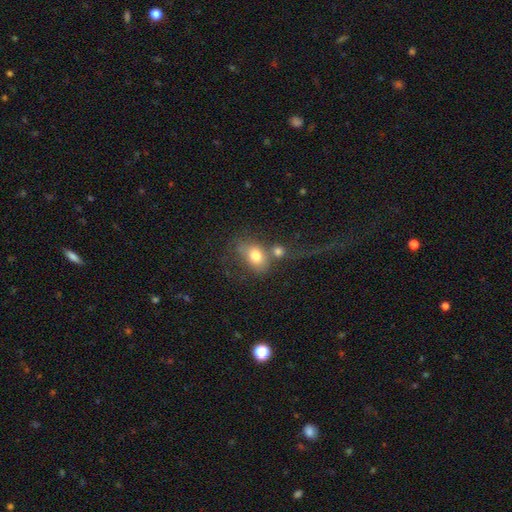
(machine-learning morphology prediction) This is likely a smooth galaxy (74%). How rounded: likely in between (72%). Merging: marginally merger (41%).